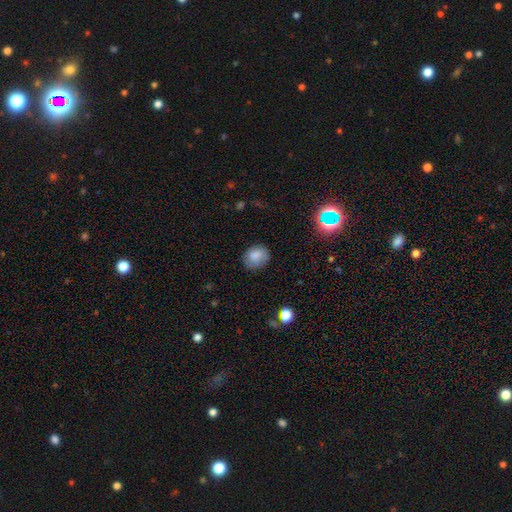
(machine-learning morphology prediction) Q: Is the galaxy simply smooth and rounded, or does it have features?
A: smooth — 82%.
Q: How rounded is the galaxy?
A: round — 61%.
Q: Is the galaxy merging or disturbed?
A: none — 74%.